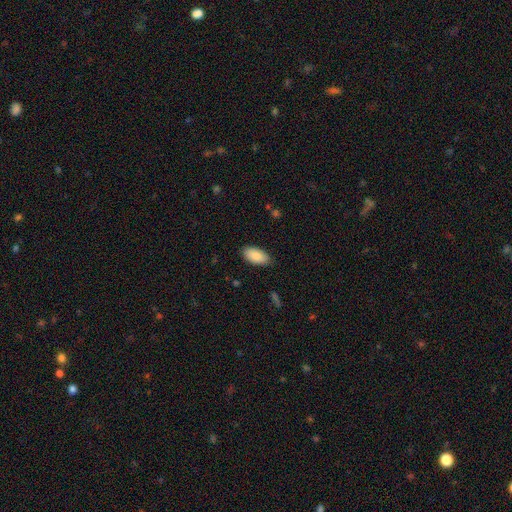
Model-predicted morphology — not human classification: This is clearly a smooth galaxy (85%). How rounded: clearly in between (94%). Merging: clearly none (84%).